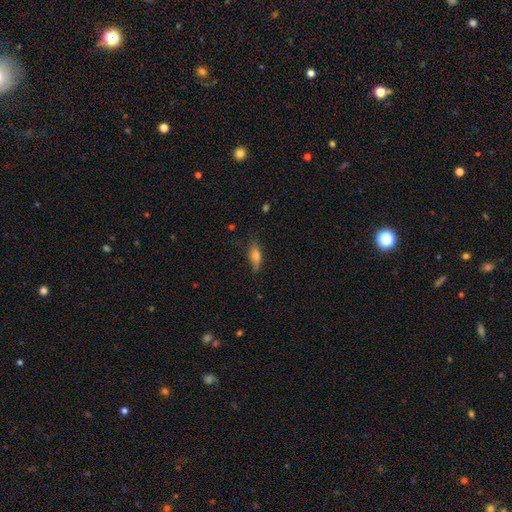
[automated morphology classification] The model was most divided on "how rounded": in between: 54%, cigar-shaped: 43%, round: 3%. More confident: merging — none (71%); smooth or featured — smooth (65%).